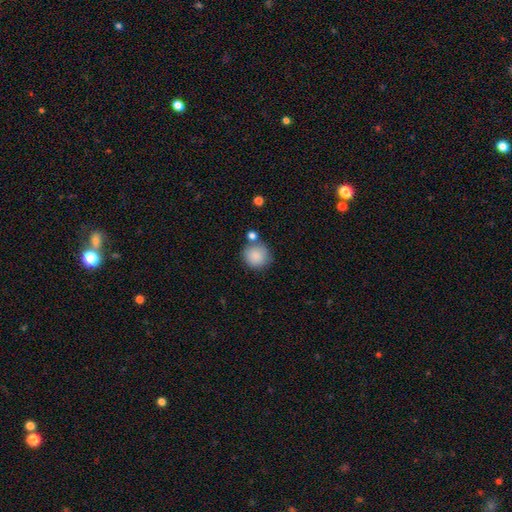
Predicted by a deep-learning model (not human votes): smooth 87%, star or artifact 8%, featured or disk 5%. Down the decision tree: how rounded — round (90%); merging — none (69%).